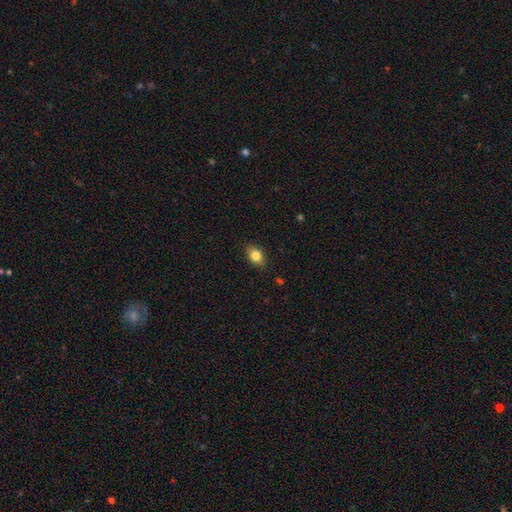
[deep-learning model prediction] Morphology: type=smooth (83%); roundness=in between (76%); merging=none (86%).